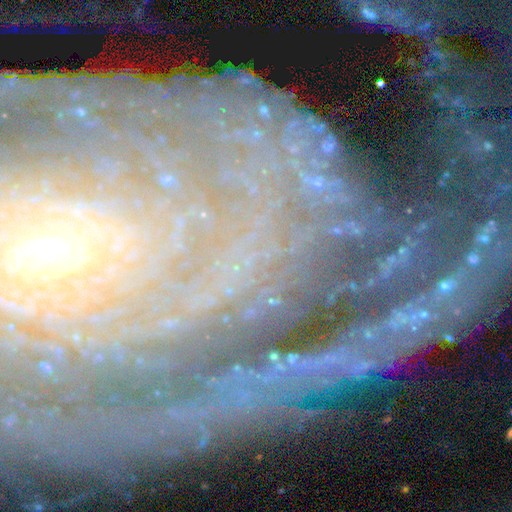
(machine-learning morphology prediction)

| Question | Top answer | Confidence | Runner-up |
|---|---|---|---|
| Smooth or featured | star or artifact | 52% | featured or disk (37%) |